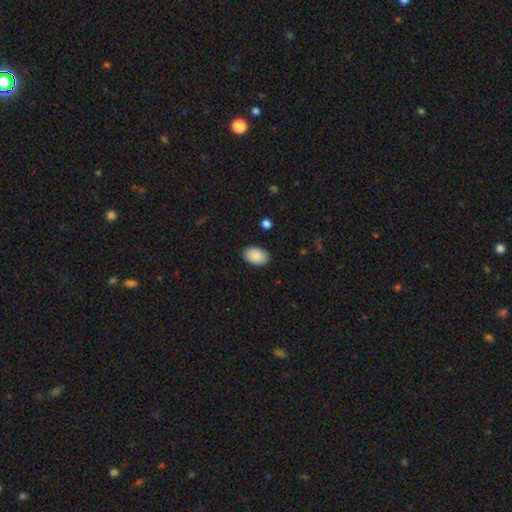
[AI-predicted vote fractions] Morphology: type=smooth (90%); roundness=in between (91%); merging=none (89%).